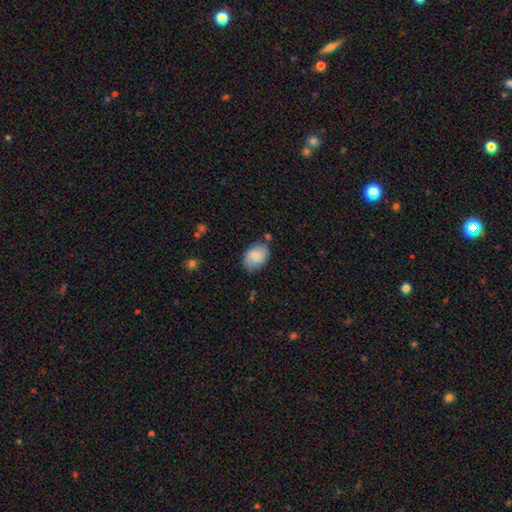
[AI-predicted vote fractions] Q: Smooth or featured?
A: smooth (80%); runner-up: featured or disk (13%)
Q: How rounded?
A: in between (82%); runner-up: round (17%)
Q: Merging?
A: none (74%); runner-up: minor disturbance (19%)